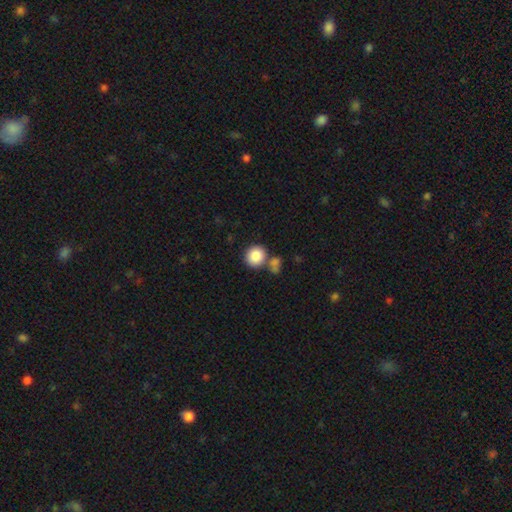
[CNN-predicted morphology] Smooth or featured? smooth (86%)
How rounded? round (85%)
Merging? none (63%)